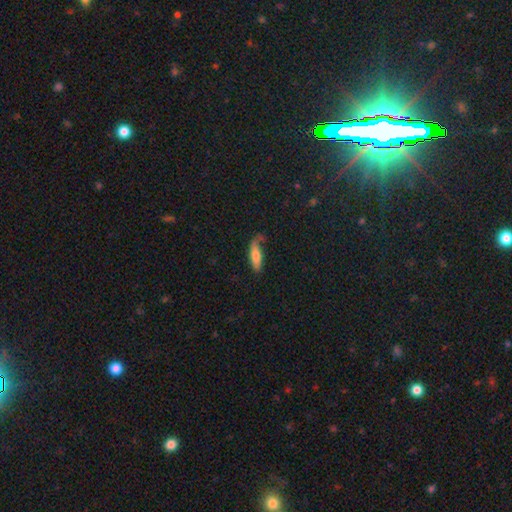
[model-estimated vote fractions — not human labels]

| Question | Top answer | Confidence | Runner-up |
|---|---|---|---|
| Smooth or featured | smooth | 72% | featured or disk (22%) |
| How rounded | cigar-shaped | 58% | in between (40%) |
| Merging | none | 54% | minor disturbance (28%) |